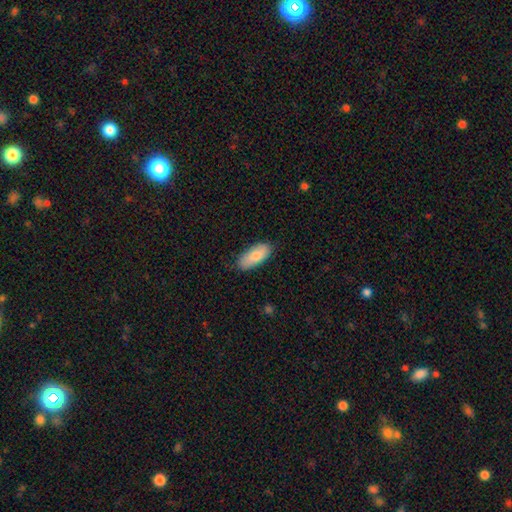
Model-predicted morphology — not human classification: This is clearly a smooth galaxy (81%). How rounded: clearly in between (84%). Merging: clearly none (80%).